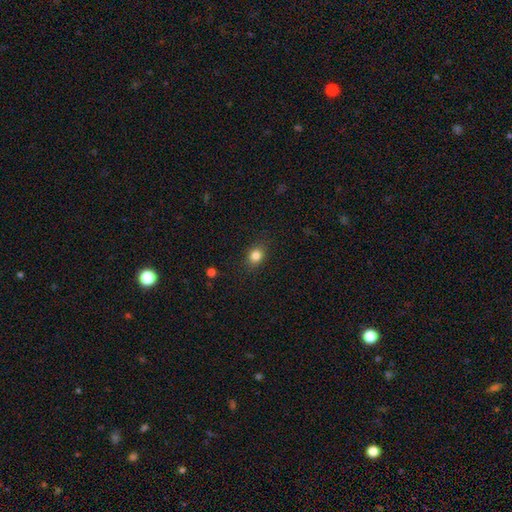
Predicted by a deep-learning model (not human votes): The model was most divided on "how rounded": round: 52%, in between: 47%, cigar-shaped: 1%. More confident: merging — none (86%); smooth or featured — smooth (83%).